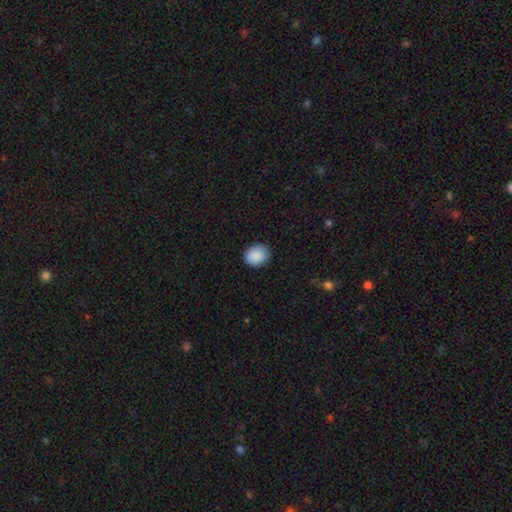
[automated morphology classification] Smooth or featured? smooth (89%)
How rounded? round (66%)
Merging? none (86%)